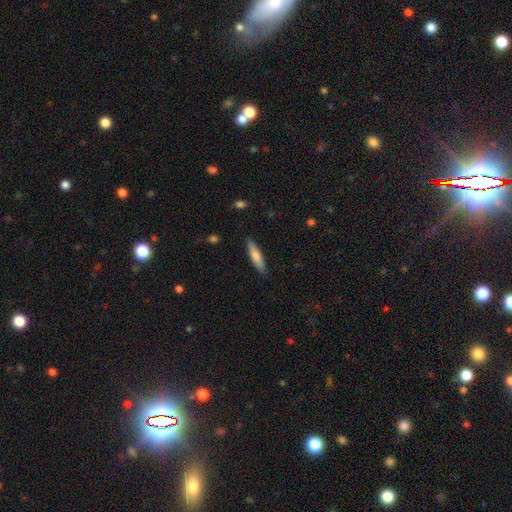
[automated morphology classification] Smooth or featured? smooth (73%)
How rounded? cigar-shaped (79%)
Merging? none (88%)